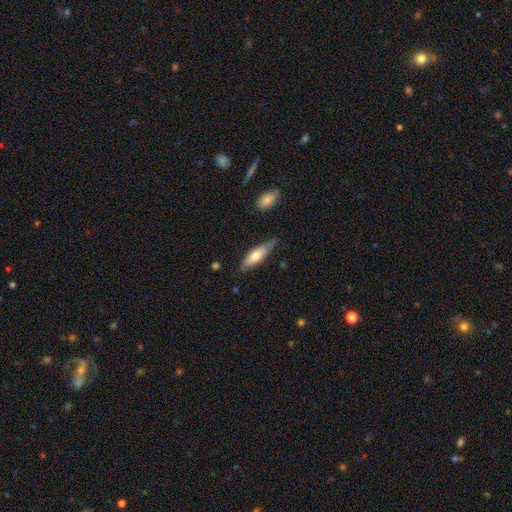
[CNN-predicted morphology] smooth_or_featured: smooth (p=0.63) [alt: featured or disk p=0.31]
how_rounded: cigar-shaped (p=0.64) [alt: in between p=0.34]
merging: none (p=0.70) [alt: minor disturbance p=0.23]